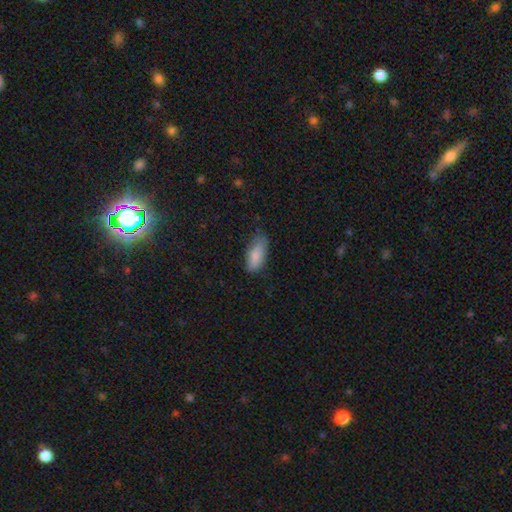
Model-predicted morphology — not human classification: Overall: smooth (83%). How rounded: in between (82%). Merging: none (62%; minor disturbance 30%).